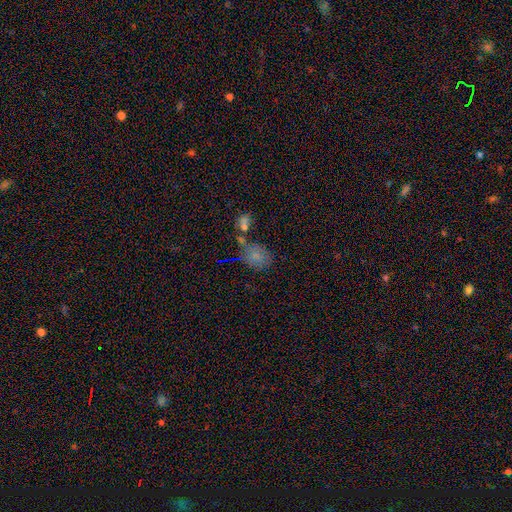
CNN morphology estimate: type=smooth (72%); roundness=in between (58%); merging=none (47%).